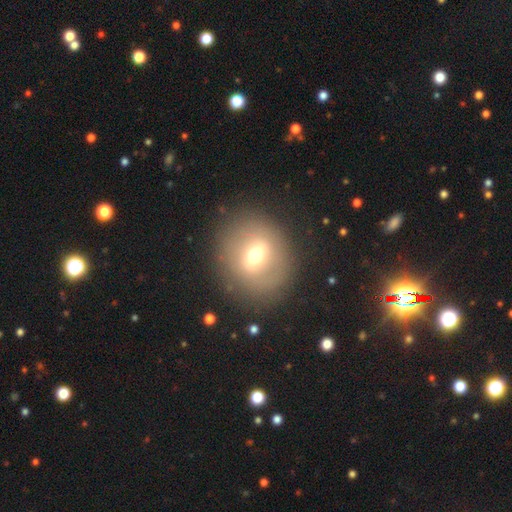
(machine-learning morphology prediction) smooth_or_featured: smooth (p=0.50) [alt: featured or disk p=0.37]
how_rounded: round (p=0.80) [alt: in between p=0.19]
merging: none (p=0.83) [alt: minor disturbance p=0.10]